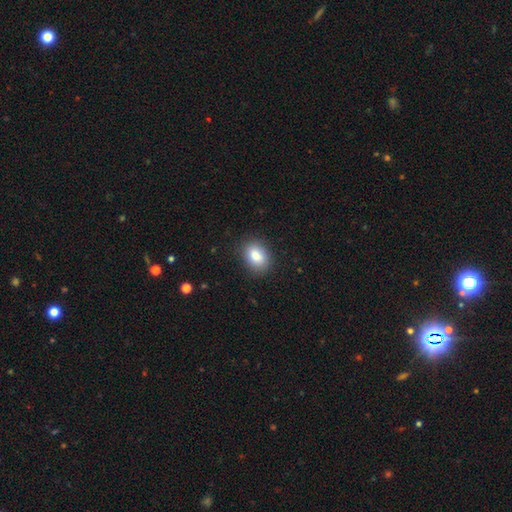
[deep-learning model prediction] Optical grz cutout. It shows a smooth galaxy with no disk features (84%) that is in between round and cigar-shaped (73%). Merging: none (86%).